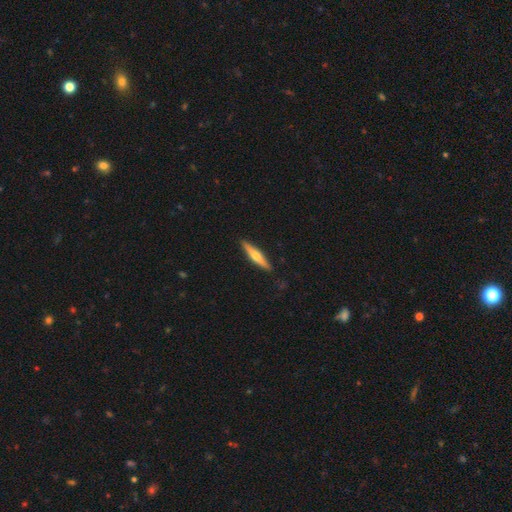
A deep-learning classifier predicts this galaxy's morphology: The model was most divided on "smooth or featured": featured or disk: 53%, smooth: 41%, star or artifact: 5%. More confident: edge-on disk — yes (96%); merging — none (90%); edge-on bulge — rounded (86%).